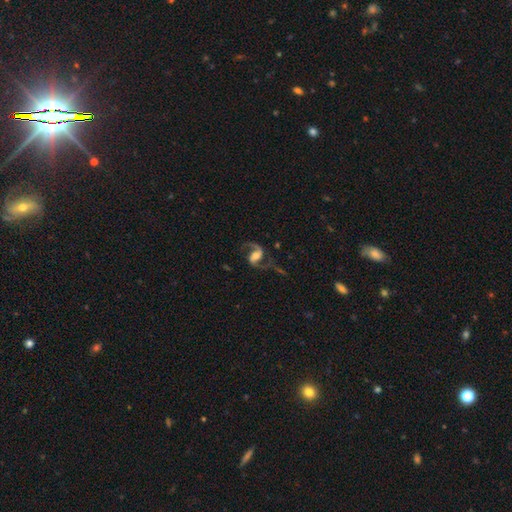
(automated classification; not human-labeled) Overall: featured or disk (89%). Edge-on disk: no (97%). Bar: weak (44%; no 28%). Spiral arms: yes (97%). Spiral arm count: 2 (91%). Spiral winding: loose (50%; medium 42%). Bulge size: moderate (54%; small 22%). Merging: none (68%).